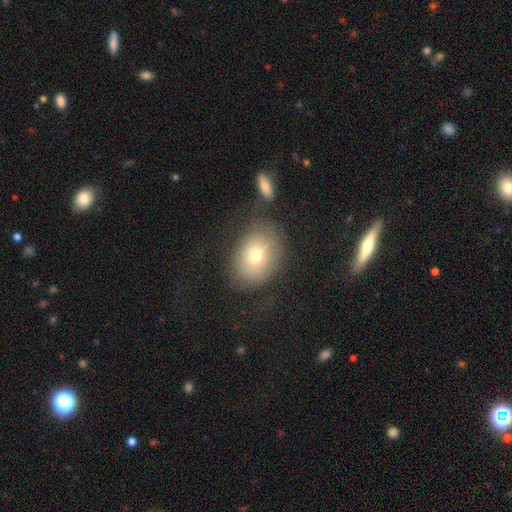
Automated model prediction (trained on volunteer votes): Overall: smooth (68%). How rounded: in between (67%; round 32%). Merging: none (68%).